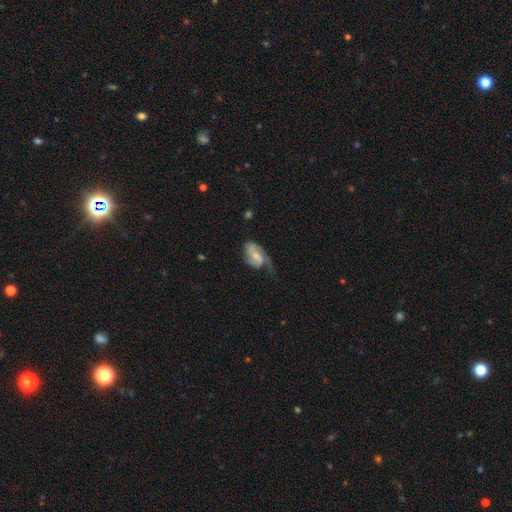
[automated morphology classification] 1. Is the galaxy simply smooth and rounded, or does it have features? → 72% featured or disk, 22% smooth, 6% star or artifact.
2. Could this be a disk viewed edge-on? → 97% no, 3% yes.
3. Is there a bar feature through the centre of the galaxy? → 46% weak, 41% no, 13% strong.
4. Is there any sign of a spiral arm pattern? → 92% yes, 8% no.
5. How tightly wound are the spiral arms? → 45% medium, 29% loose, 26% tight.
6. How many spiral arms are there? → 65% 2, 23% 1, 8% can't tell, 2% 3, 1% 4, 1% more than 4.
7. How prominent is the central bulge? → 42% small, 35% moderate, 16% none, 5% large, 1% dominant.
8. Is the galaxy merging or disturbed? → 39% none, 30% minor disturbance, 29% major disturbance, 3% merger.